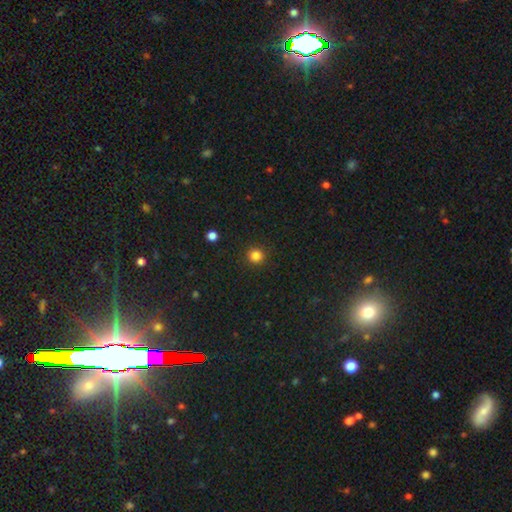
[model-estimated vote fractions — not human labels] smooth 84%, star or artifact 13%, featured or disk 3%. Down the decision tree: how rounded — round (94%); merging — none (92%).